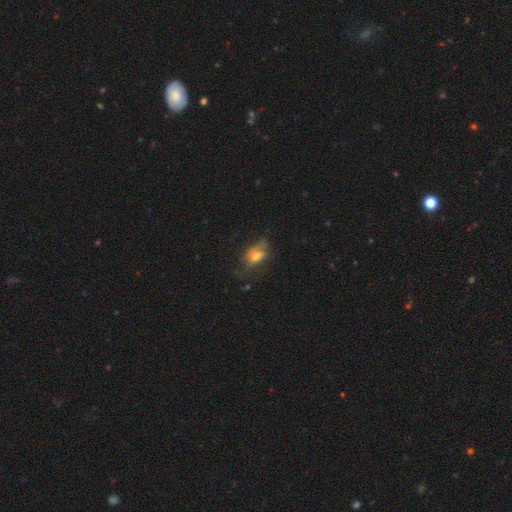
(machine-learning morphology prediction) smooth_or_featured: smooth (p=0.62) [alt: featured or disk p=0.27]
how_rounded: in between (p=0.82) [alt: round p=0.14]
merging: none (p=0.43) [alt: minor disturbance p=0.30]